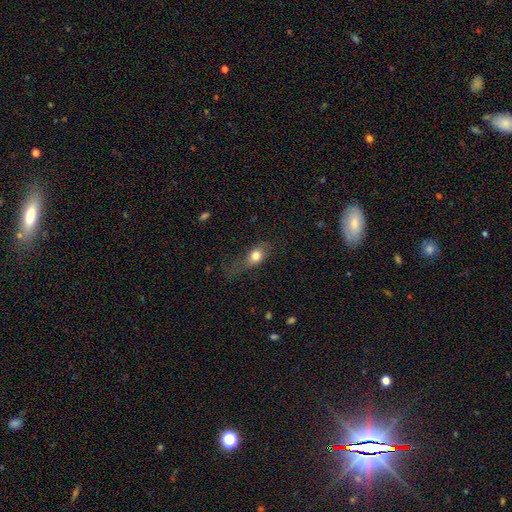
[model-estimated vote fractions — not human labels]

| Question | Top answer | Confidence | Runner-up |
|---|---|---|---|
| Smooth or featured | smooth | 75% | featured or disk (15%) |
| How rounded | in between | 63% | round (28%) |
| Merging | major disturbance | 35% | tied: none (35%) |